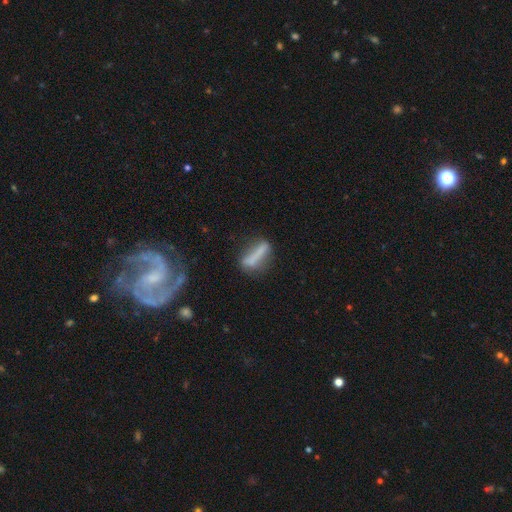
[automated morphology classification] A smooth galaxy with no disk features (59%) that is cigar-shaped (70%).

Vote fractions:
- Smooth or featured? smooth: 59% / featured or disk: 32% / star or artifact: 10%
- How rounded? cigar-shaped: 70% / in between: 26% / round: 4%
- Merging? none: 56% / minor disturbance: 23% / major disturbance: 13% / merger: 8%